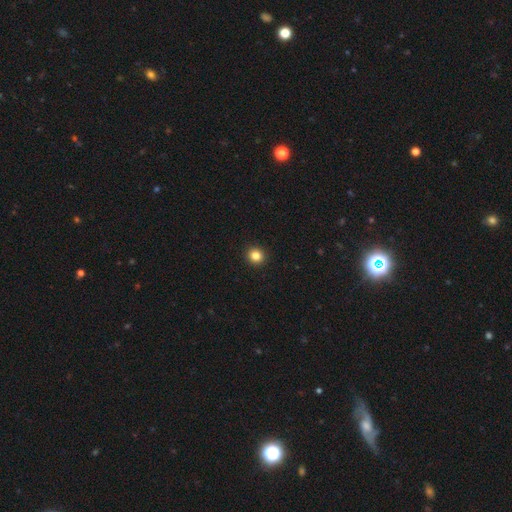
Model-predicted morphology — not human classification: Smooth or featured? Predicted: smooth (p=0.84). How rounded? Predicted: round (p=0.92). Merging? Predicted: none (p=0.93).